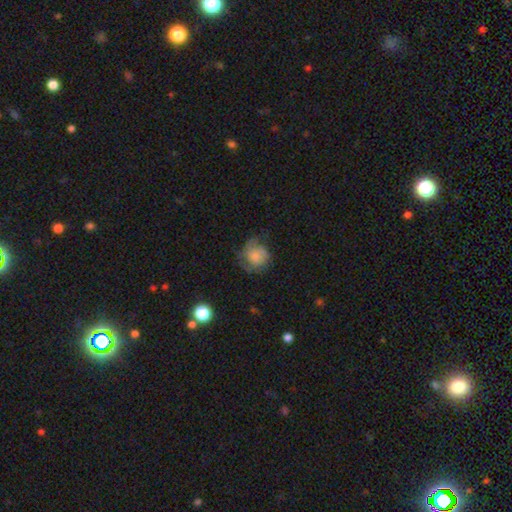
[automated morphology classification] This appears to be a smooth galaxy with no disk features (61%) that is round (79%). Merging: none (48%).